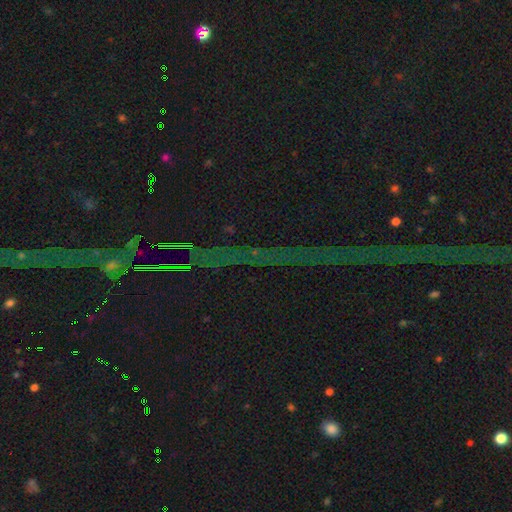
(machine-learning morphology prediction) Smooth or featured? Predicted: star or artifact (p=0.85).